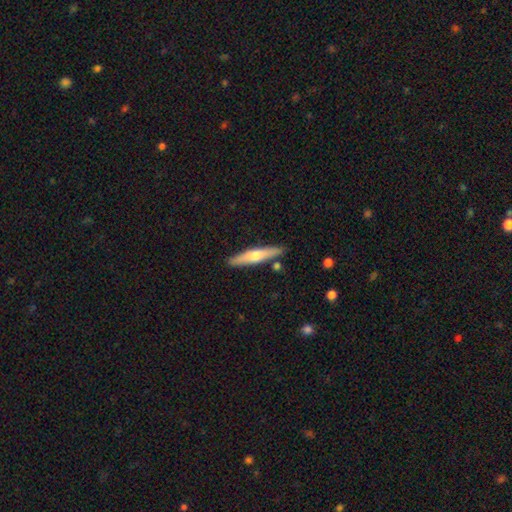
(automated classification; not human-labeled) Q: Smooth or featured?
A: featured or disk (48%); runner-up: smooth (47%)
Q: Merging?
A: none (87%); runner-up: minor disturbance (8%)